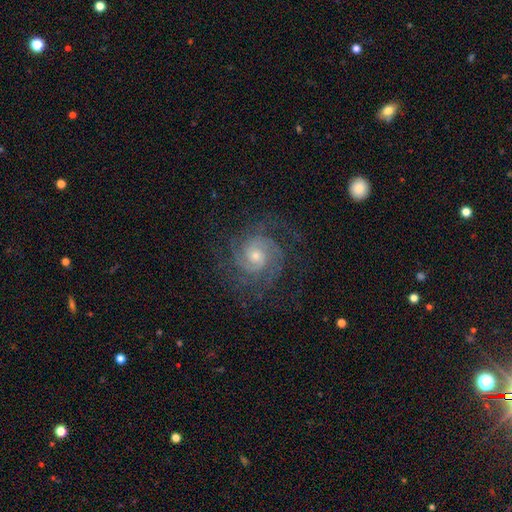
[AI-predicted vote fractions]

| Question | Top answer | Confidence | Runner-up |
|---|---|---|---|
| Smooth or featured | featured or disk | 88% | star or artifact (6%) |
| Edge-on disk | no | 98% | yes (2%) |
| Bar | no | 67% | weak (28%) |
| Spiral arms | yes | 98% | no (2%) |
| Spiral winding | tight | 65% | medium (30%) |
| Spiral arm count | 2 | 45% | 3 (21%) |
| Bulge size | small | 53% | moderate (42%) |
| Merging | none | 76% | minor disturbance (14%) |